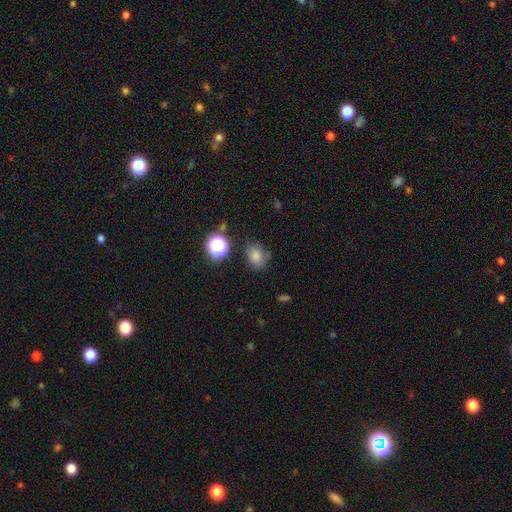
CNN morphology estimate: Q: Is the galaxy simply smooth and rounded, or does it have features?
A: smooth — 78%.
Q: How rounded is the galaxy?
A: in between — 55%.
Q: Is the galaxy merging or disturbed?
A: none — 70%.